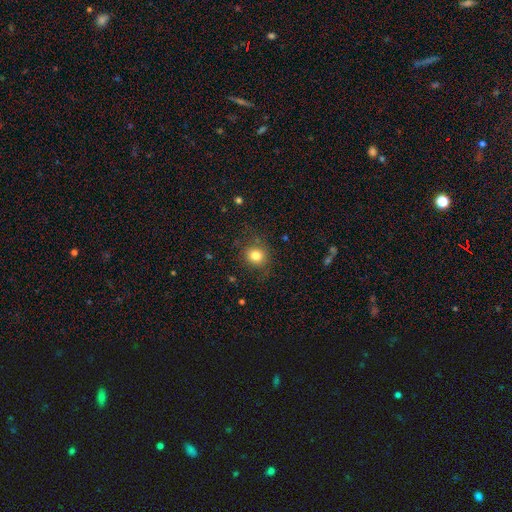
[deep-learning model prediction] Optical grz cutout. It shows a smooth galaxy with no disk features (81%) that is round (85%). Merging: none (81%).